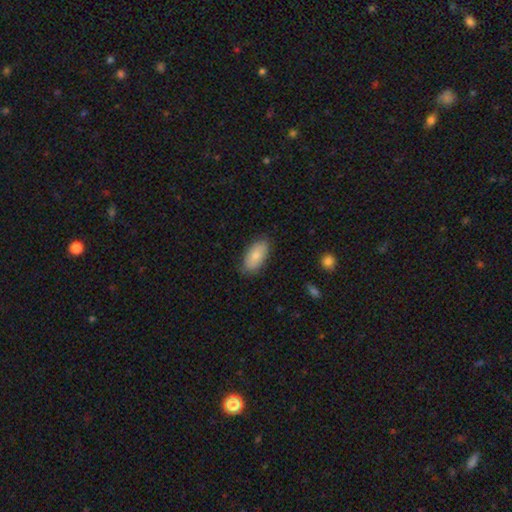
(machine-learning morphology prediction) Smooth or featured: smooth — 77% (featured or disk — 17%)
How rounded: in between — 93% (cigar-shaped — 4%)
Merging: none — 81% (minor disturbance — 15%)